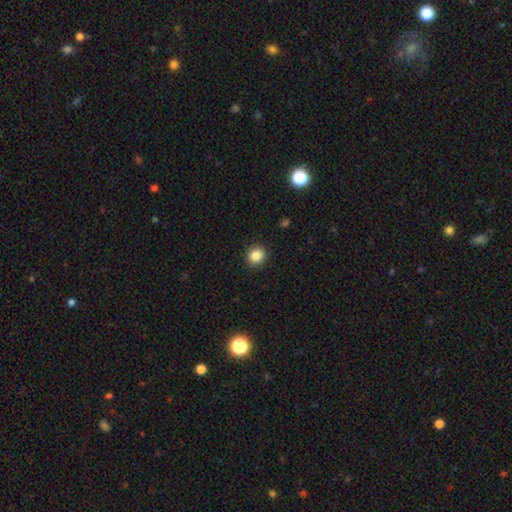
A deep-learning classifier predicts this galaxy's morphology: smooth_or_featured: smooth (p=0.86) [alt: star or artifact p=0.10]
how_rounded: round (p=0.85) [alt: in between p=0.14]
merging: none (p=0.91) [alt: minor disturbance p=0.06]